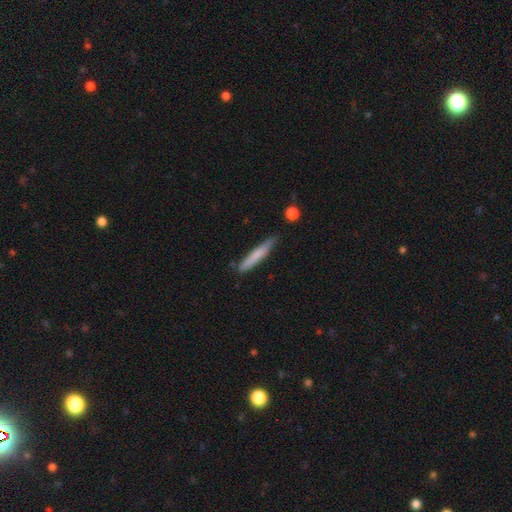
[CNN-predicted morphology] smooth_or_featured: smooth (p=0.70) [alt: featured or disk p=0.25]
how_rounded: cigar-shaped (p=0.95) [alt: in between p=0.04]
merging: none (p=0.78) [alt: minor disturbance p=0.17]